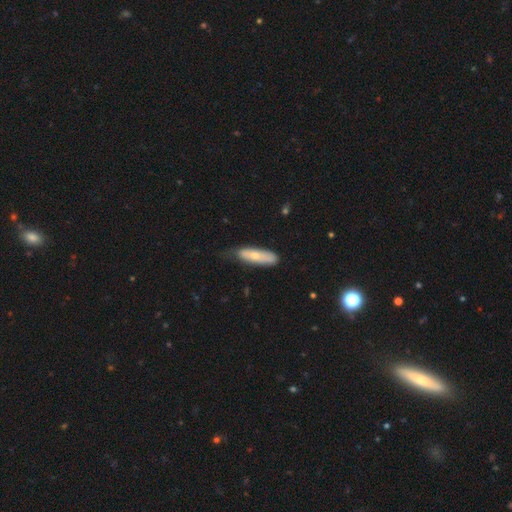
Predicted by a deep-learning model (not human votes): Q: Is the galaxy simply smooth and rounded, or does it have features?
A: smooth — 65%.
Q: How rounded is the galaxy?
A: cigar-shaped — 56%.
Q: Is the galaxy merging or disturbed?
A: none — 51%.